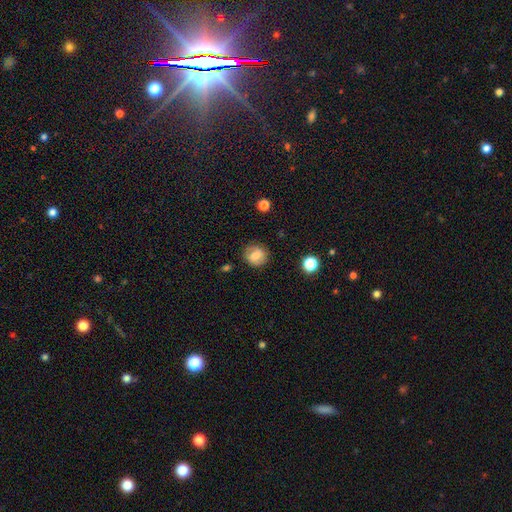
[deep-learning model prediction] Smooth or featured? smooth (69%)
How rounded? round (78%)
Merging? none (82%)